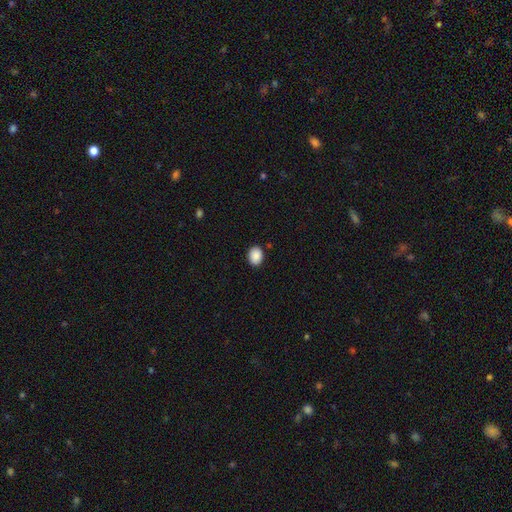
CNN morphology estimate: smooth 89%, star or artifact 8%, featured or disk 3%. Down the decision tree: how rounded — in between (59%); merging — none (89%).